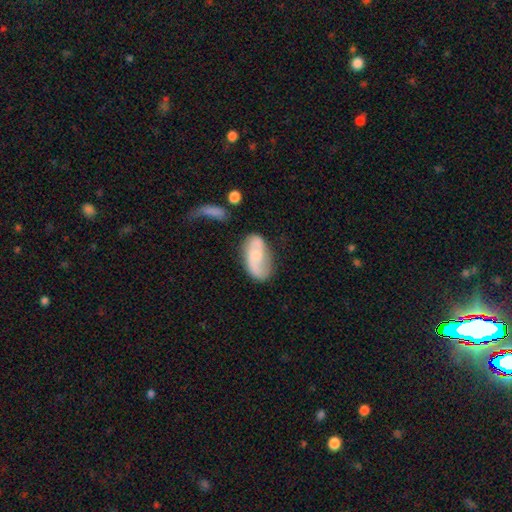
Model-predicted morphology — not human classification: type=featured or disk (53%); edge-on=no (94%); bar=no (63%); spiral arms=yes (78%); bulge=small (50%); merging=none (48%).